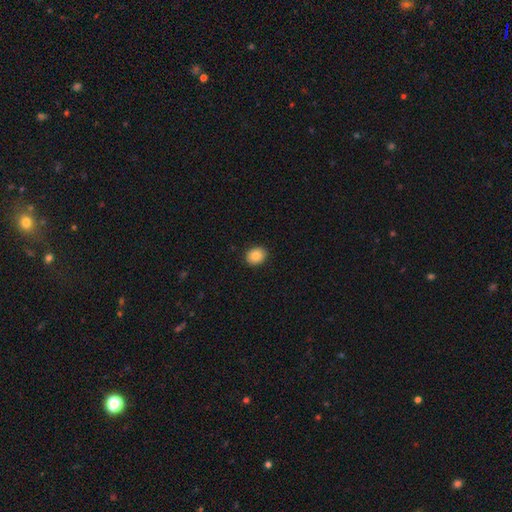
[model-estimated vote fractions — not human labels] smooth 85%, star or artifact 9%, featured or disk 6%. Down the decision tree: how rounded — round (61%); merging — none (91%).